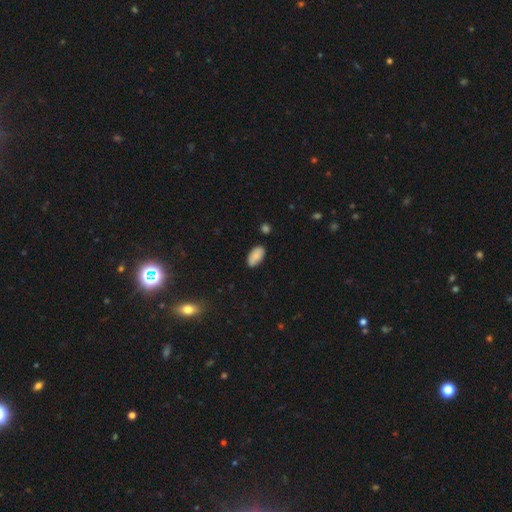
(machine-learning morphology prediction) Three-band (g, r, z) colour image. It shows a smooth galaxy with no disk features (87%) that is in between round and cigar-shaped (95%). Merging: none (83%).